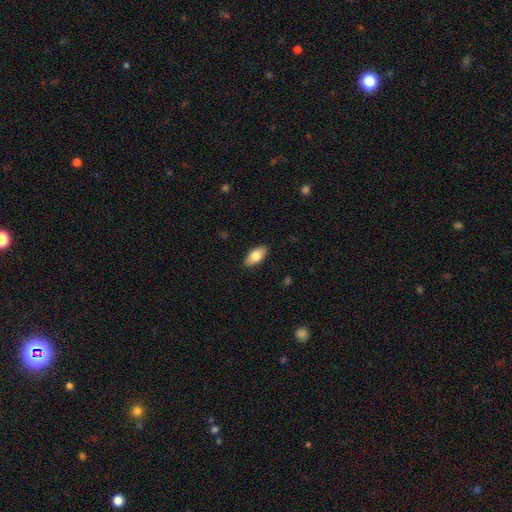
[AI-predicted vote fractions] Overall: smooth (77%). How rounded: in between (90%). Merging: none (89%).